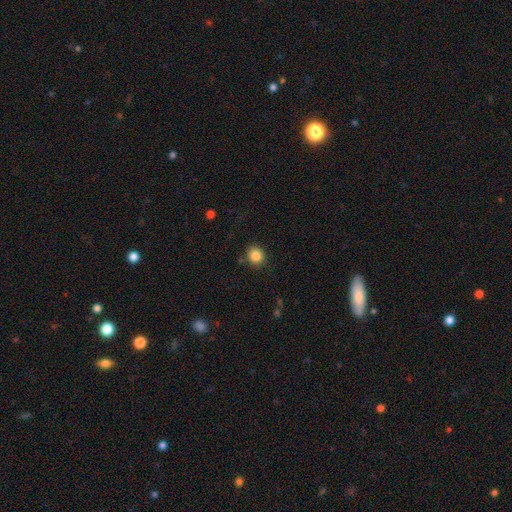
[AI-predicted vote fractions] The model was most divided on "how rounded": round: 85%, in between: 14%, cigar-shaped: 1%. More confident: merging — none (87%); smooth or featured — smooth (84%).